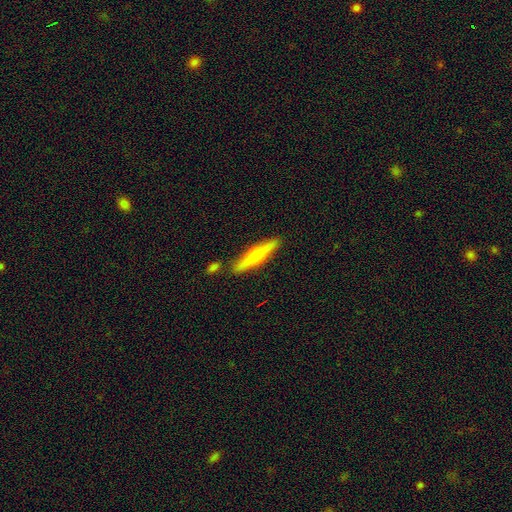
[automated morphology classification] Smooth or featured: featured or disk — 55% (smooth — 39%)
Edge-on disk: yes — 95% (no — 5%)
Edge-on bulge: rounded — 90% (none — 6%)
Merging: none — 84% (minor disturbance — 10%)